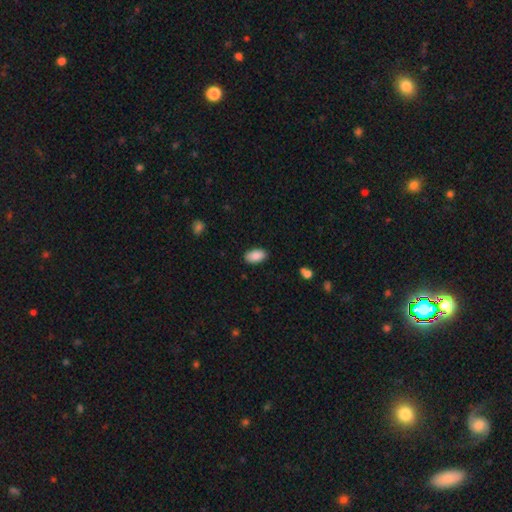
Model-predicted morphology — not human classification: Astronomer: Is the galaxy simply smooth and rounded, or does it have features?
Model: smooth — 89%.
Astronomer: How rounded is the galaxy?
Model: in between — 95%.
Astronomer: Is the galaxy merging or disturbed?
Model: none — 88%.